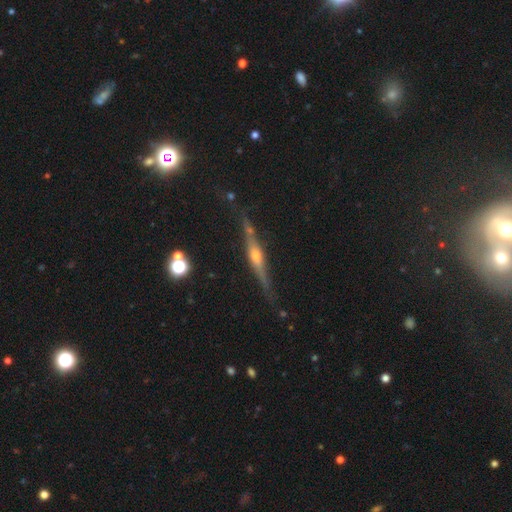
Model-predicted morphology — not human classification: smooth_or_featured: featured or disk (p=0.77) [alt: smooth p=0.16]
disk_edge_on: yes (p=0.96) [alt: no p=0.04]
edge_on_bulge: rounded (p=0.87) [alt: boxy p=0.07]
merging: none (p=0.83) [alt: minor disturbance p=0.12]